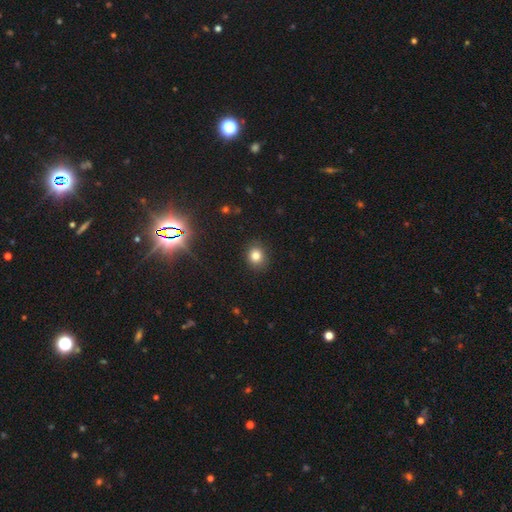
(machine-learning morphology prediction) Overall: smooth (80%). How rounded: round (73%). Merging: none (87%).